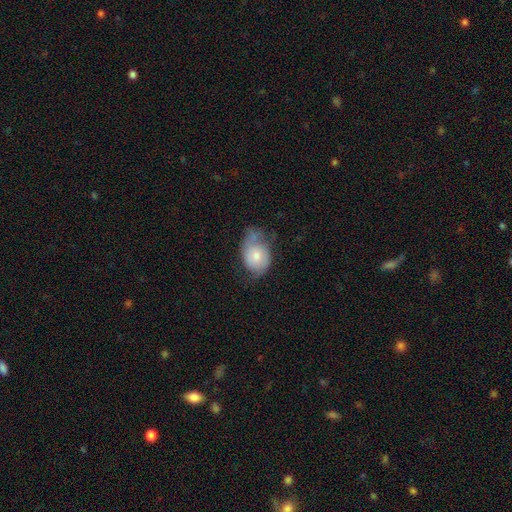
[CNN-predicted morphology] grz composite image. It shows a smooth galaxy with no disk features (60%) that is in between round and cigar-shaped (71%). Merging: minor disturbance (38%).